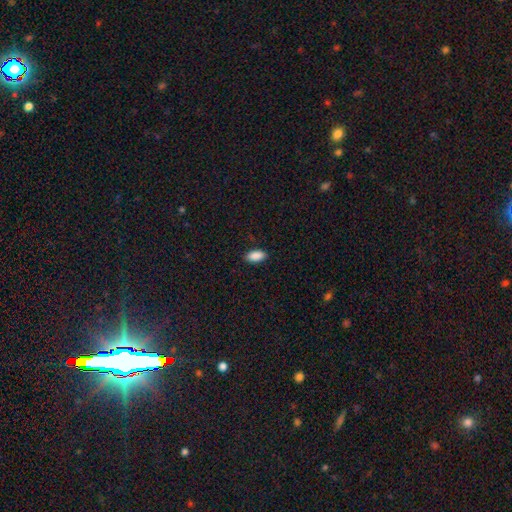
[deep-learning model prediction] A smooth galaxy with no disk features (90%) that is in between round and cigar-shaped (92%). Merging: none (88%).